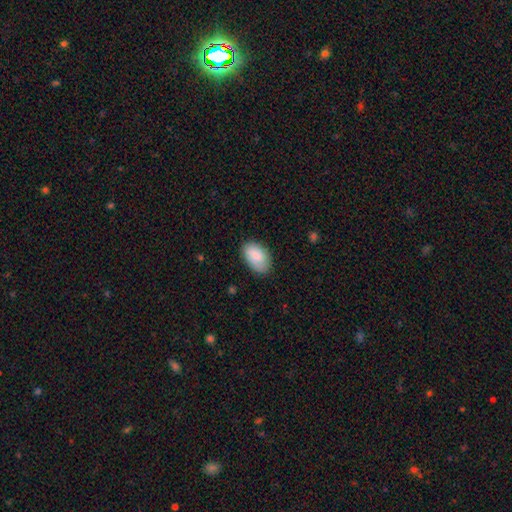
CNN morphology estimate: The model was most divided on "merging": none: 79%, minor disturbance: 17%, major disturbance: 3%, merger: 1%. More confident: how rounded — in between (93%); smooth or featured — smooth (85%).